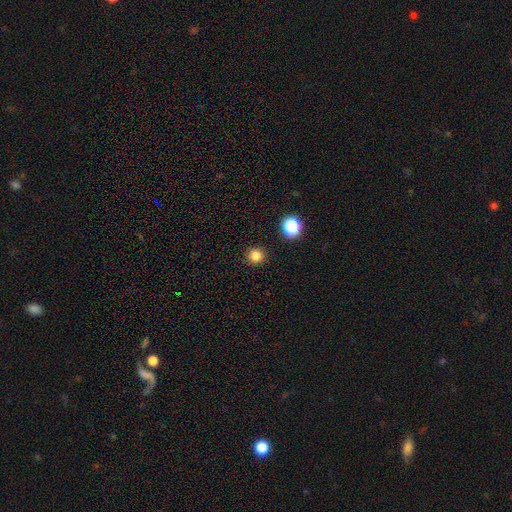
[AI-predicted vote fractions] This appears to be a smooth galaxy with no disk features (82%) that is round (94%). Merging: none (92%).